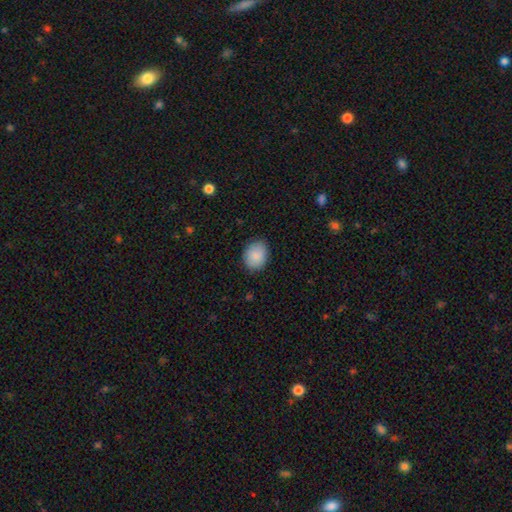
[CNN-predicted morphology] A smooth galaxy with no disk features (87%) that is in between round and cigar-shaped (58%). Merging: none (85%).